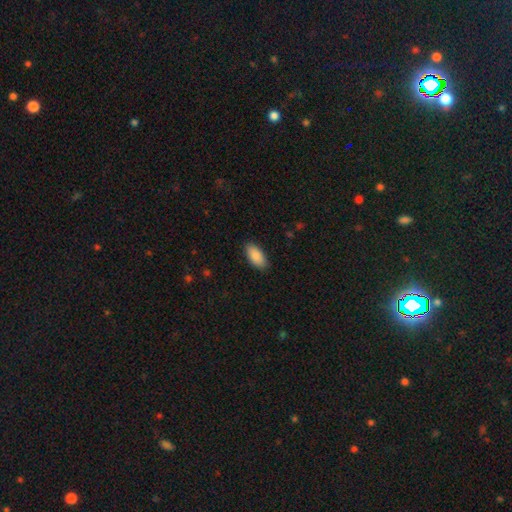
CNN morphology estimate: Overall: smooth (89%). How rounded: in between (92%). Merging: none (88%).